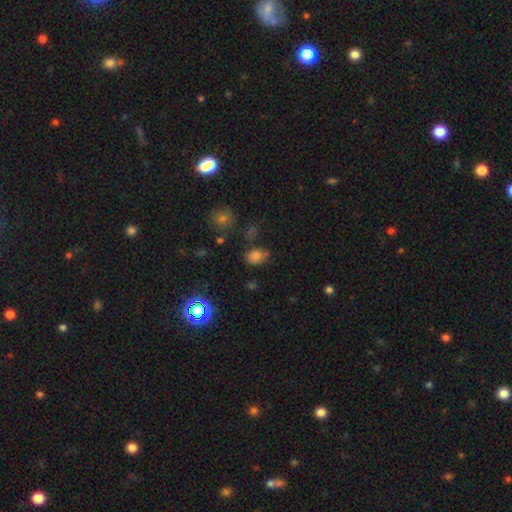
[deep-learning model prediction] Smooth or featured?
  - smooth: 75% *
  - star or artifact: 18%
  - featured or disk: 7%
How rounded?
  - in between: 71% *
  - round: 28%
  - cigar-shaped: 1%
Merging?
  - none: 60% *
  - minor disturbance: 24%
  - major disturbance: 8%
  - merger: 8%